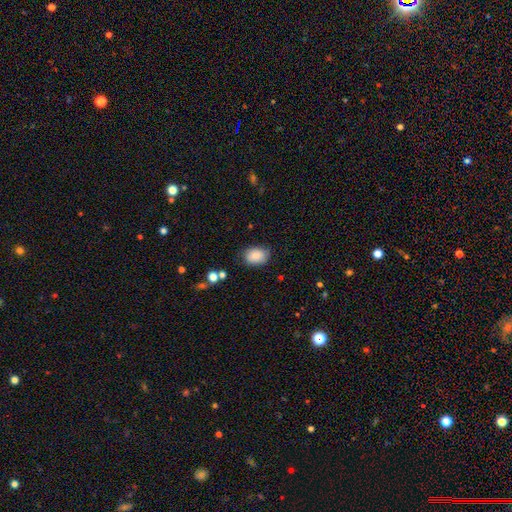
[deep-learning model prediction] Smooth or featured? smooth (88%)
How rounded? in between (76%)
Merging? none (78%)